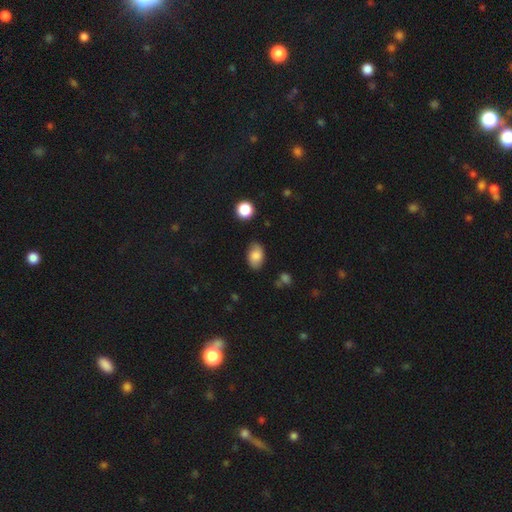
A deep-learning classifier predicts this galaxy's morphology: This is likely a smooth galaxy (77%). How rounded: clearly in between (88%). Merging: likely none (79%).